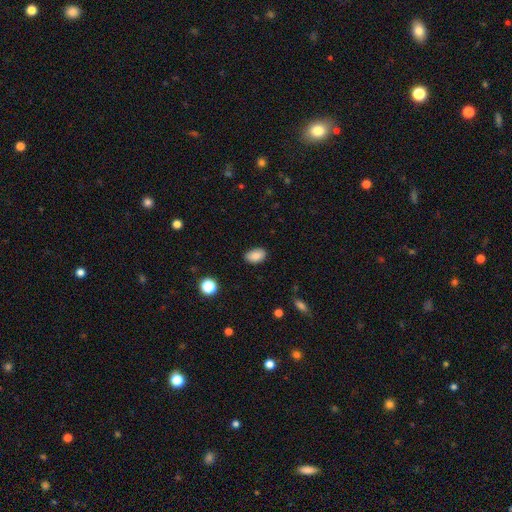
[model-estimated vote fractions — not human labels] Smooth or featured?
  - smooth: 86% *
  - star or artifact: 9%
  - featured or disk: 5%
How rounded?
  - in between: 89% *
  - round: 10%
  - cigar-shaped: 1%
Merging?
  - none: 85% *
  - minor disturbance: 12%
  - major disturbance: 2%
  - merger: 1%